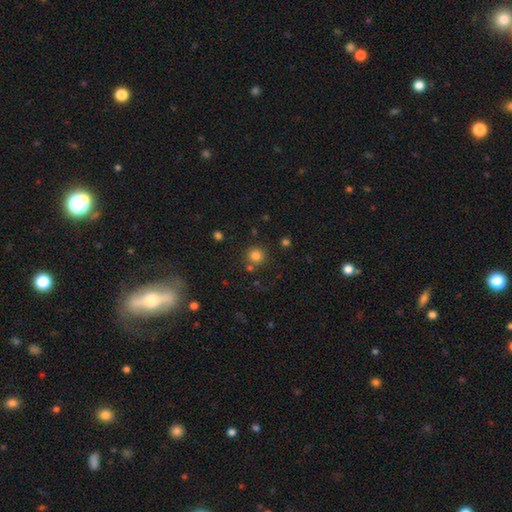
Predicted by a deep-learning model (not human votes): A smooth galaxy with no disk features (81%) that is round (92%).

Vote fractions:
- Smooth or featured? smooth: 81% / star or artifact: 14% / featured or disk: 5%
- How rounded? round: 92% / in between: 7% / cigar-shaped: 1%
- Merging? none: 79% / merger: 9% / minor disturbance: 8% / major disturbance: 3%